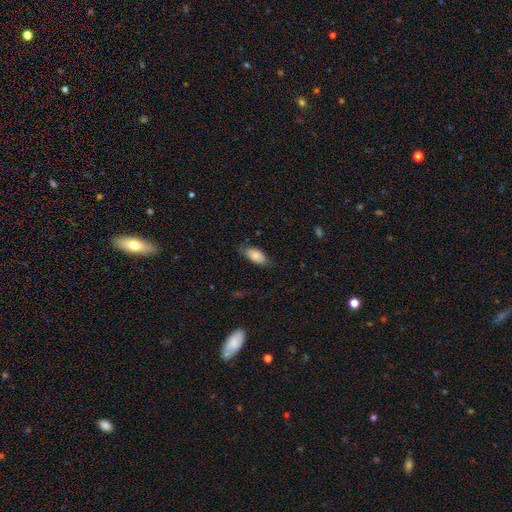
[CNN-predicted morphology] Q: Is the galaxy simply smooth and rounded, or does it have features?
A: smooth — 80%.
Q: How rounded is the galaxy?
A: in between — 92%.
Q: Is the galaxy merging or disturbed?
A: none — 73%.